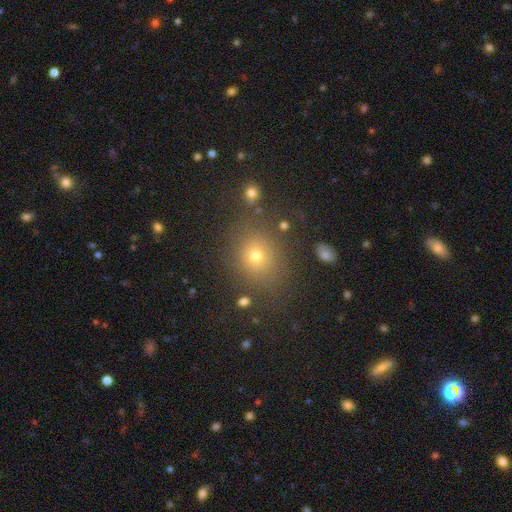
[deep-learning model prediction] Overall: smooth (69%). How rounded: round (72%). Merging: none (80%).